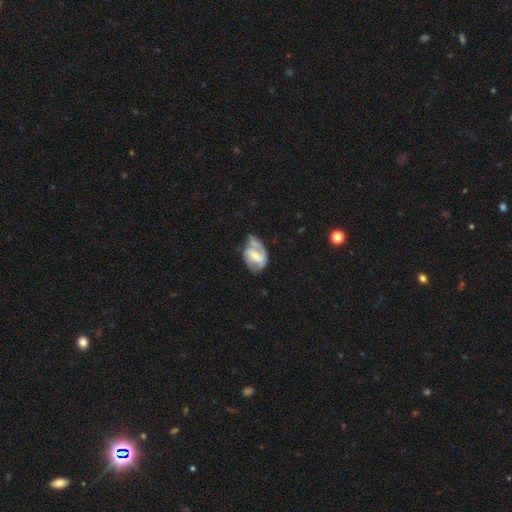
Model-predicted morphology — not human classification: Smooth or featured?
  - featured or disk: 67% *
  - smooth: 27%
  - star or artifact: 6%
Edge-on disk?
  - no: 97% *
  - yes: 3%
Bar?
  - weak: 43% *
  - no: 37%
  - strong: 19%
Spiral arms?
  - yes: 79% *
  - no: 21%
Spiral winding?
  - medium: 44% *
  - tight: 33%
  - loose: 23%
Spiral arm count?
  - 2: 63% *
  - can't tell: 18%
  - 1: 10%
  - 3: 5%
  - 4: 1%
  - more than 4: 1%
Bulge size?
  - small: 48% *
  - moderate: 44%
  - none: 4%
  - large: 3%
  - dominant: 1%
Merging?
  - none: 39% *
  - minor disturbance: 34%
  - major disturbance: 20%
  - merger: 6%